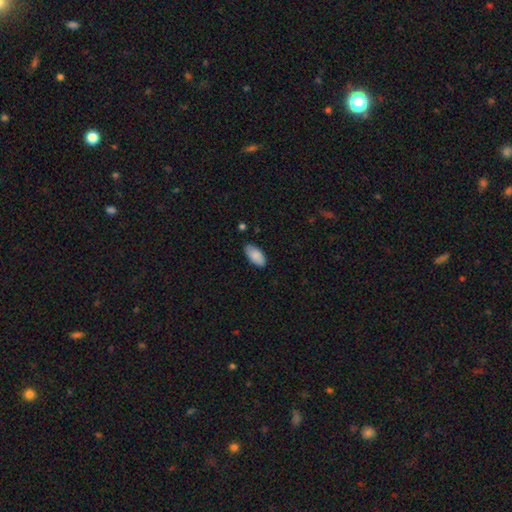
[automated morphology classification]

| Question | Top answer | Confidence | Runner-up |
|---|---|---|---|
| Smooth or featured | smooth | 87% | featured or disk (7%) |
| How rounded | in between | 94% | cigar-shaped (4%) |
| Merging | none | 82% | minor disturbance (14%) |